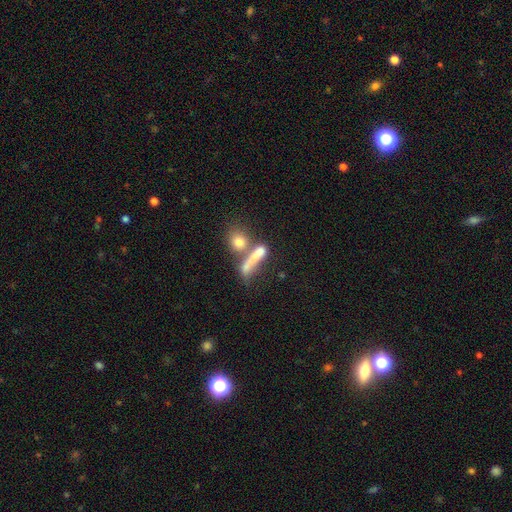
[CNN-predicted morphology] Q: Smooth or featured?
A: smooth (64%); runner-up: featured or disk (24%)
Q: How rounded?
A: cigar-shaped (47%); runner-up: in between (33%)
Q: Merging?
A: merger (41%); runner-up: none (31%)